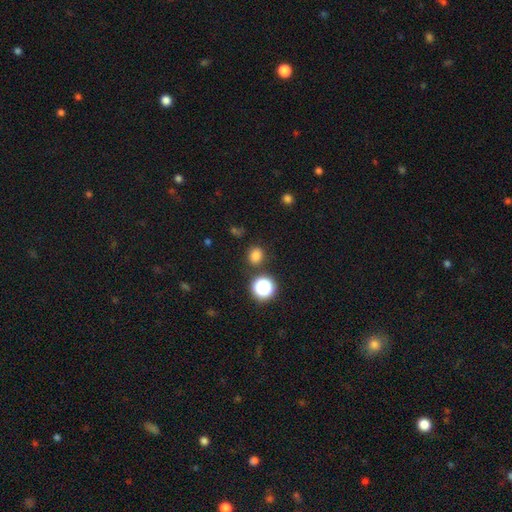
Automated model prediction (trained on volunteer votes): Smooth or featured?
  - smooth: 78% *
  - star or artifact: 18%
  - featured or disk: 5%
How rounded?
  - round: 72% *
  - in between: 27%
  - cigar-shaped: 1%
Merging?
  - none: 84% *
  - minor disturbance: 9%
  - merger: 4%
  - major disturbance: 3%